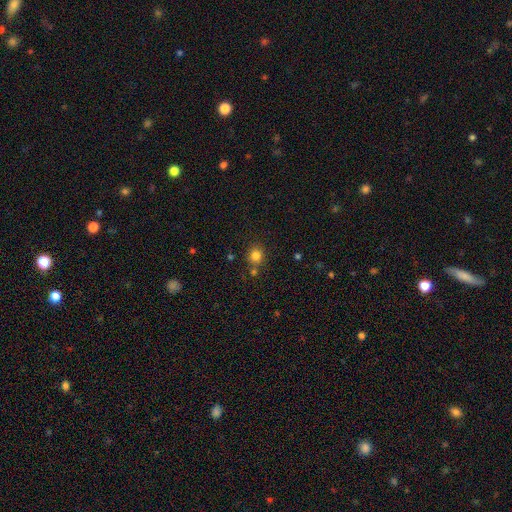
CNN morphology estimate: smooth 81%, star or artifact 13%, featured or disk 6%. Down the decision tree: how rounded — round (86%); merging — none (77%).